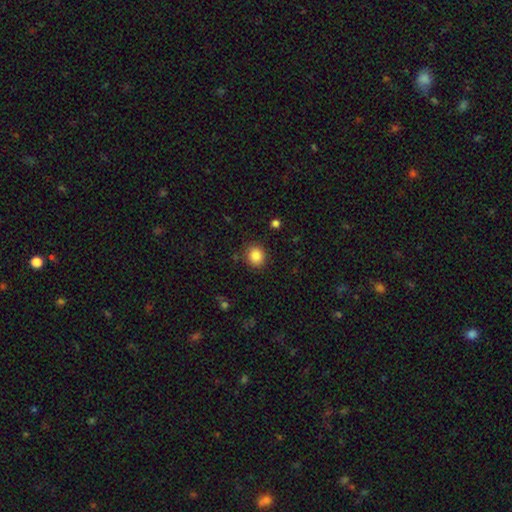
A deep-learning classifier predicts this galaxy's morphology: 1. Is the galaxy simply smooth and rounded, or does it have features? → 87% smooth, 10% star or artifact, 4% featured or disk.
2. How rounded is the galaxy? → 80% round, 19% in between, 1% cigar-shaped.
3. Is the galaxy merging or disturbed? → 87% none, 8% minor disturbance, 3% major disturbance, 2% merger.